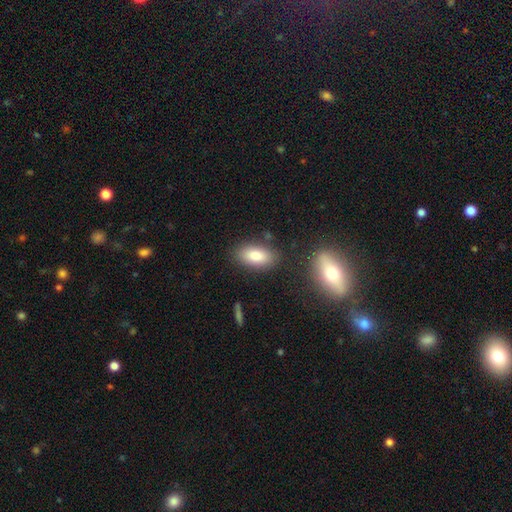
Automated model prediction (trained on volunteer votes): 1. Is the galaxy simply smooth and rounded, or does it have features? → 82% smooth, 10% featured or disk, 8% star or artifact.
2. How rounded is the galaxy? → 90% in between, 5% round, 5% cigar-shaped.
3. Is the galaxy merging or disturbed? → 82% none, 11% minor disturbance, 4% merger, 3% major disturbance.